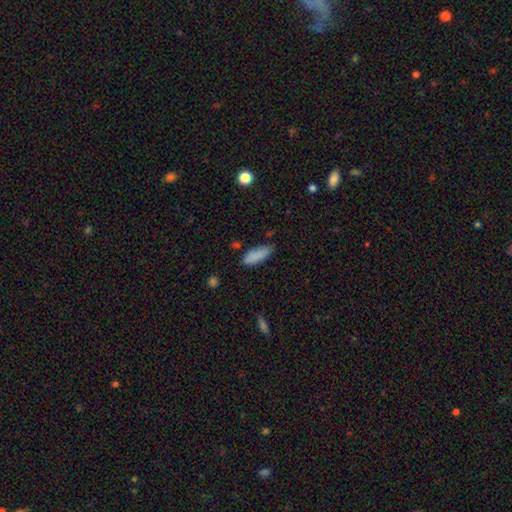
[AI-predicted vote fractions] Smooth or featured: smooth — 86% (star or artifact — 7%)
How rounded: in between — 73% (cigar-shaped — 25%)
Merging: none — 71% (minor disturbance — 23%)